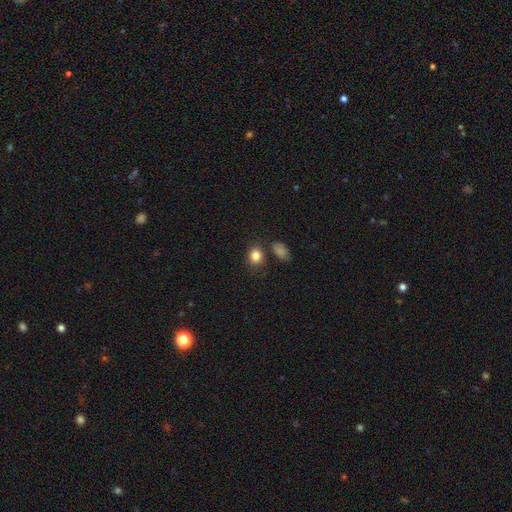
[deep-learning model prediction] The model was most divided on "how rounded": round: 60%, in between: 39%, cigar-shaped: 1%. More confident: smooth or featured — smooth (84%); merging — none (75%).